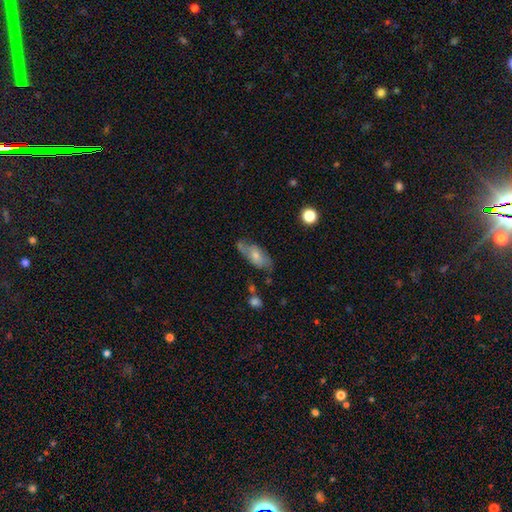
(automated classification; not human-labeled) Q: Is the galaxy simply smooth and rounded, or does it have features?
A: smooth — 56%.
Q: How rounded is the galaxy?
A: in between — 84%.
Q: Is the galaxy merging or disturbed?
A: none — 56%.